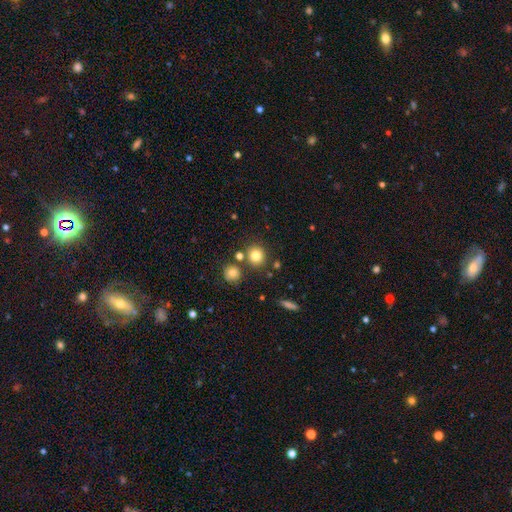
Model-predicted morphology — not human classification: This is clearly a smooth galaxy (80%). How rounded: clearly round (88%). Merging: likely none (78%).